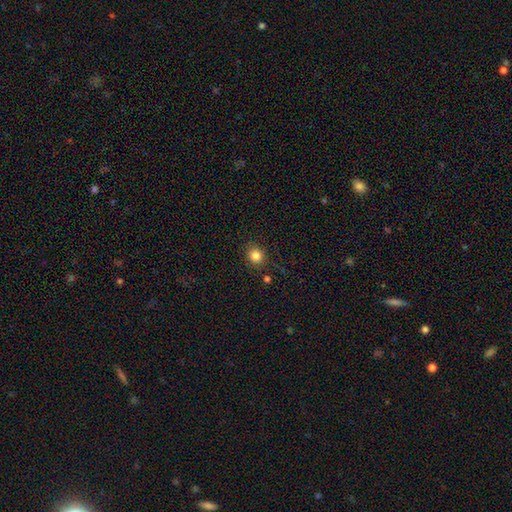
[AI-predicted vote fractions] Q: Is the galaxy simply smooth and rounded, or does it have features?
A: smooth — 83%.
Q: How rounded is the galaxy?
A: round — 82%.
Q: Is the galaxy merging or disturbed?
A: none — 85%.